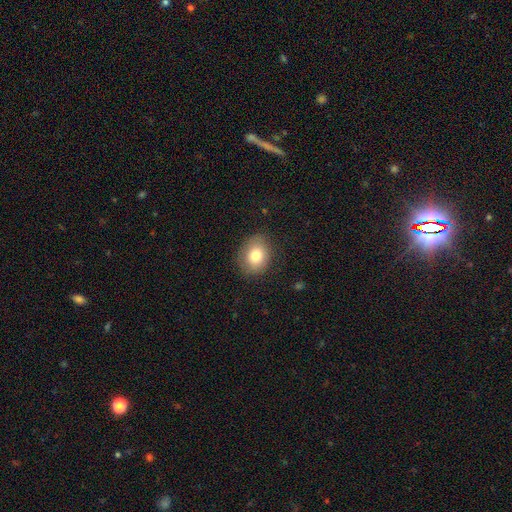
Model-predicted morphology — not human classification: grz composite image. It shows a smooth galaxy with no disk features (79%) that is in between round and cigar-shaped (51%). Merging: none (83%).